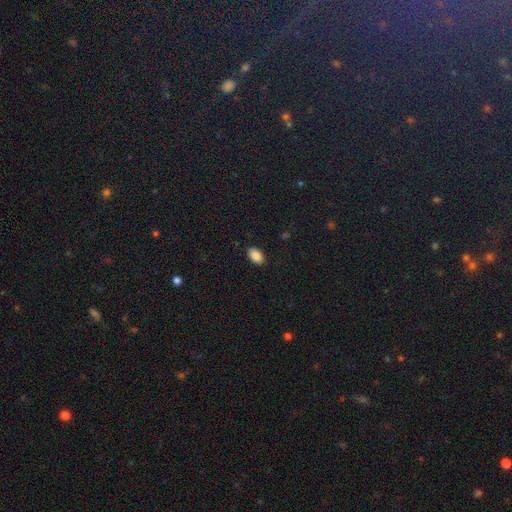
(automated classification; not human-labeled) Smooth or featured? smooth (87%)
How rounded? in between (92%)
Merging? none (88%)